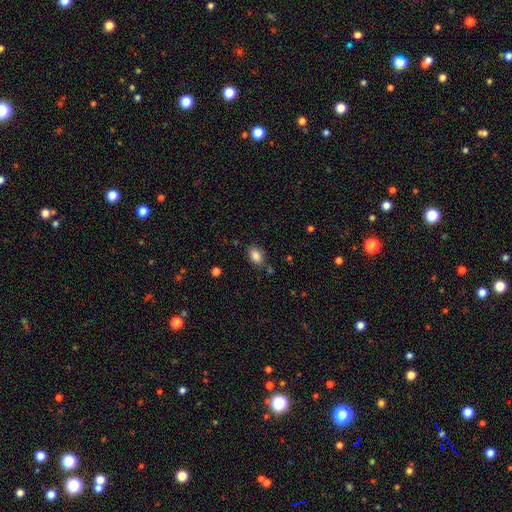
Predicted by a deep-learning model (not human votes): The model was most divided on "merging": none: 76%, minor disturbance: 16%, merger: 4%, major disturbance: 4%. More confident: smooth or featured — smooth (86%); how rounded — in between (81%).